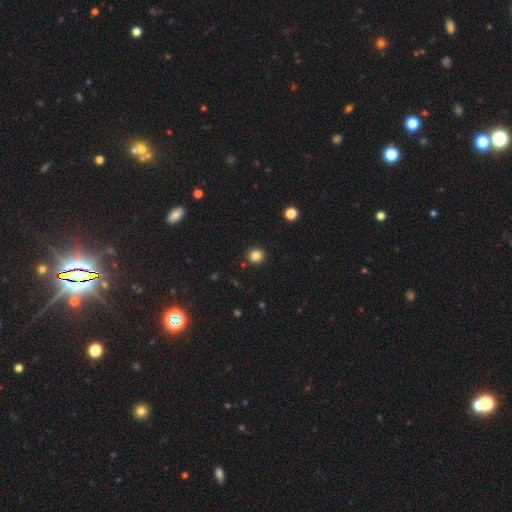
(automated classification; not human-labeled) smooth-or-featured: smooth: 84% | star or artifact: 12% | featured or disk: 4%
  how-rounded: round: 93% | in between: 6% | cigar-shaped: 1%
  merging: none: 92% | minor disturbance: 5% | major disturbance: 2% | merger: 1%